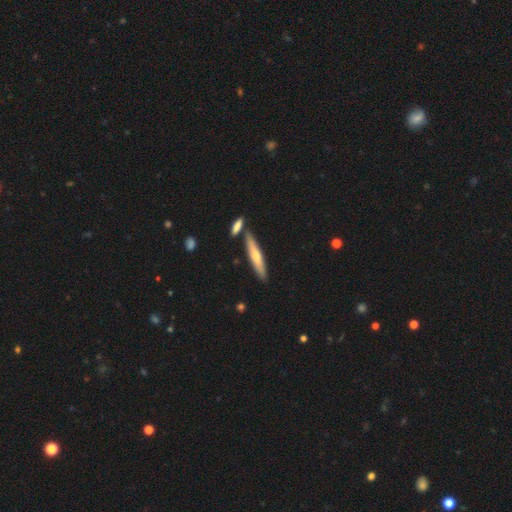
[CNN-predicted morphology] Smooth or featured? Predicted: featured or disk (p=0.47). Merging? Predicted: none (p=0.80).